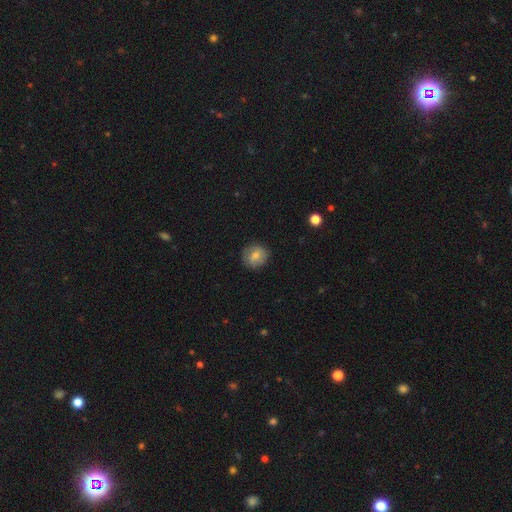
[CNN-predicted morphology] A smooth galaxy with no disk features (70%) that is round (85%).

Vote fractions:
- Smooth or featured? smooth: 70% / featured or disk: 21% / star or artifact: 9%
- How rounded? round: 85% / in between: 14% / cigar-shaped: 1%
- Merging? none: 83% / minor disturbance: 13% / major disturbance: 3% / merger: 1%